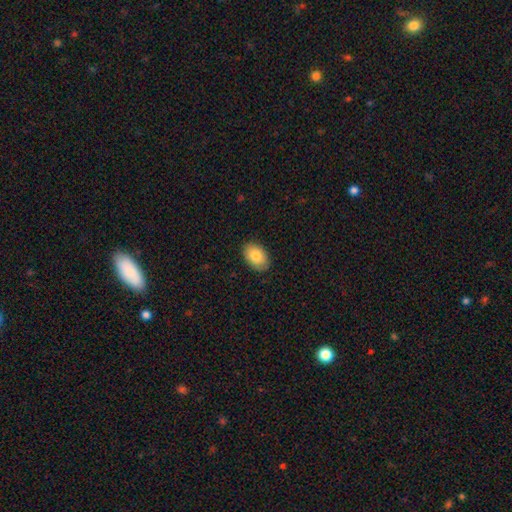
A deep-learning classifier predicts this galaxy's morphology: The model was most divided on "smooth or featured": smooth: 84%, featured or disk: 9%, star or artifact: 6%. More confident: how rounded — in between (88%); merging — none (88%).